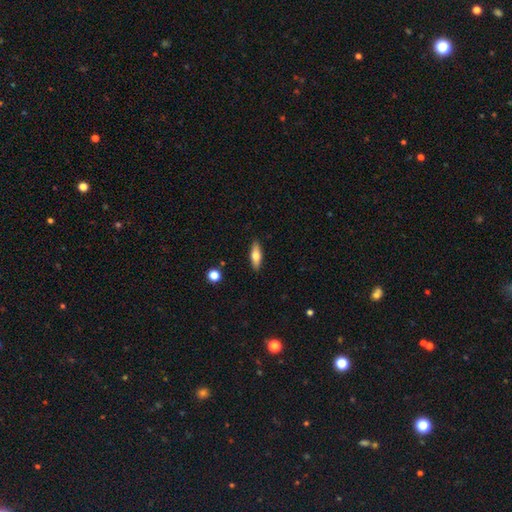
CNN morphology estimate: Smooth or featured? smooth (62%)
How rounded? in between (53%)
Merging? none (88%)